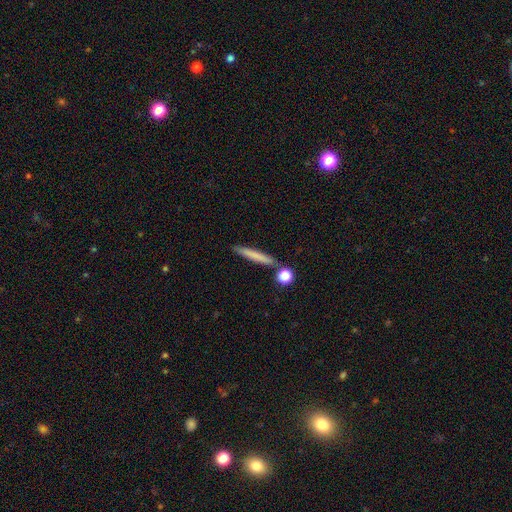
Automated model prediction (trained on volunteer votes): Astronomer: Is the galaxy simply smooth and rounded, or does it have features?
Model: smooth — 72%.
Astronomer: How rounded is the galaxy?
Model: cigar-shaped — 92%.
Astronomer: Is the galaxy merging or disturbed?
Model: none — 82%.